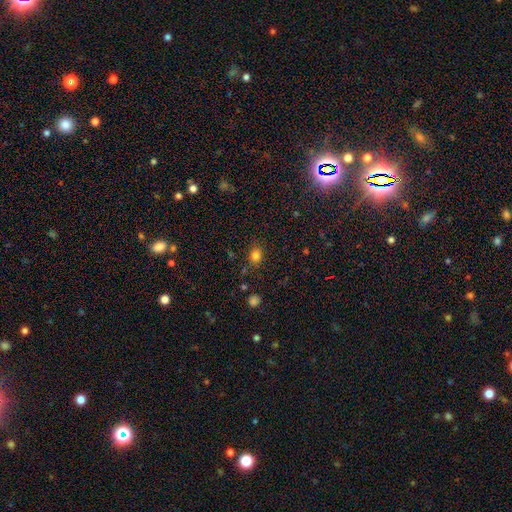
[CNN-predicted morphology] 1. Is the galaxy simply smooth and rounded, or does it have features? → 80% smooth, 14% star or artifact, 5% featured or disk.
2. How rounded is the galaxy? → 56% round, 43% in between, 1% cigar-shaped.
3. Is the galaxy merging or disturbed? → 82% none, 12% minor disturbance, 4% major disturbance, 3% merger.